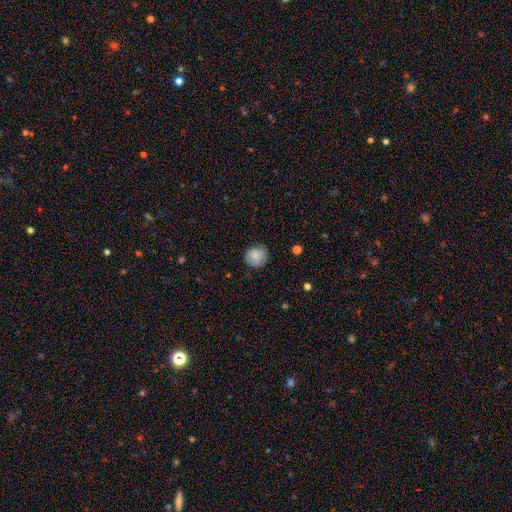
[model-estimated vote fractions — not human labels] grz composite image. It shows a smooth galaxy with no disk features (82%) that is round (86%). Merging: none (82%).